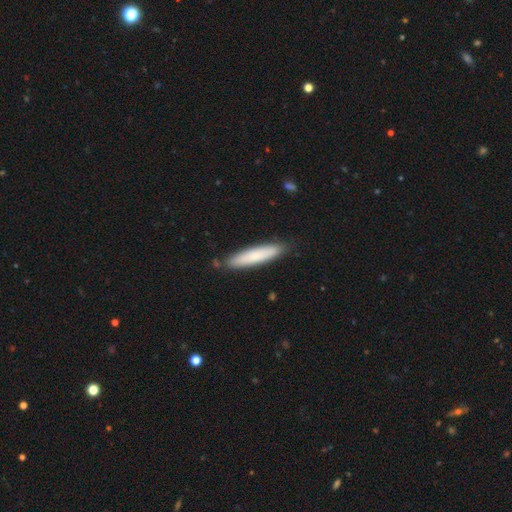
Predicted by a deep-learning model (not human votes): Morphology: type=smooth (74%); roundness=cigar-shaped (85%); merging=none (85%).